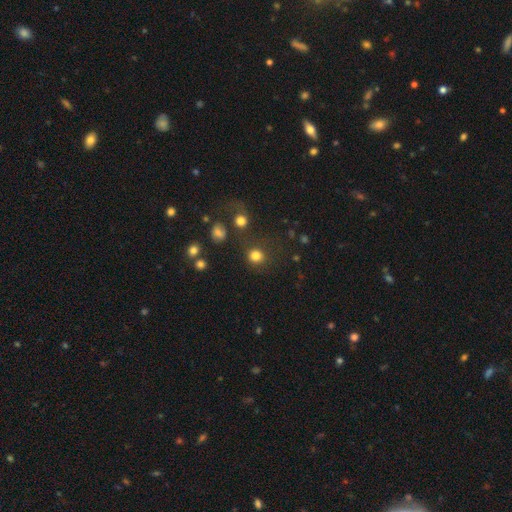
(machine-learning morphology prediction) This is clearly a smooth galaxy (81%). How rounded: clearly round (88%). Merging: likely none (76%).